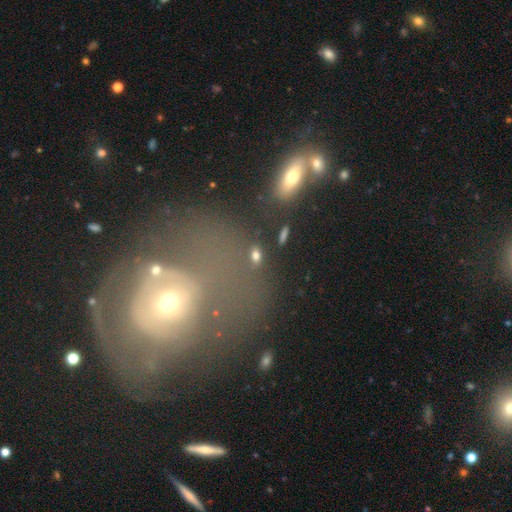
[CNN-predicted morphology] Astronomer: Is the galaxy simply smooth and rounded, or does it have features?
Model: smooth — 64%.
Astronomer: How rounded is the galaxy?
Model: in between — 74%.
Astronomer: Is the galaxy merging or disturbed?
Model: none — 78%.